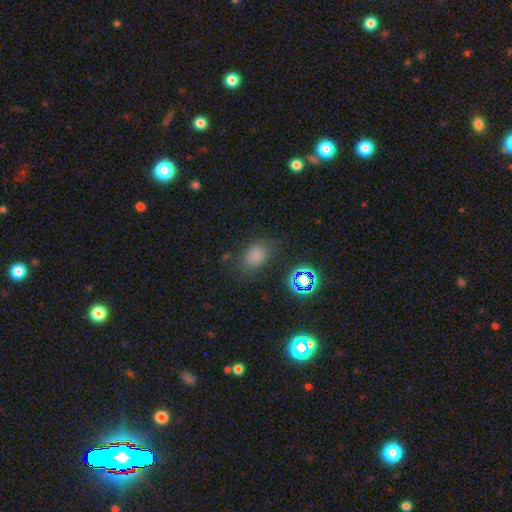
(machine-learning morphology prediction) type=smooth (73%); roundness=in between (69%); merging=none (71%).